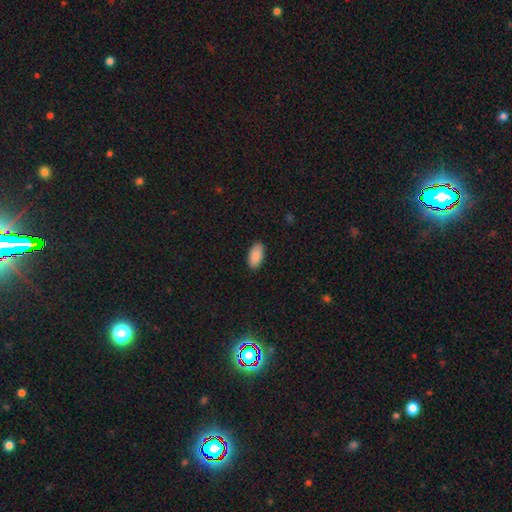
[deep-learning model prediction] A smooth galaxy with no disk features (90%) that is in between round and cigar-shaped (94%).

Vote fractions:
- Smooth or featured? smooth: 90% / star or artifact: 7% / featured or disk: 3%
- How rounded? in between: 94% / cigar-shaped: 4% / round: 2%
- Merging? none: 89% / minor disturbance: 8% / major disturbance: 2% / merger: 1%